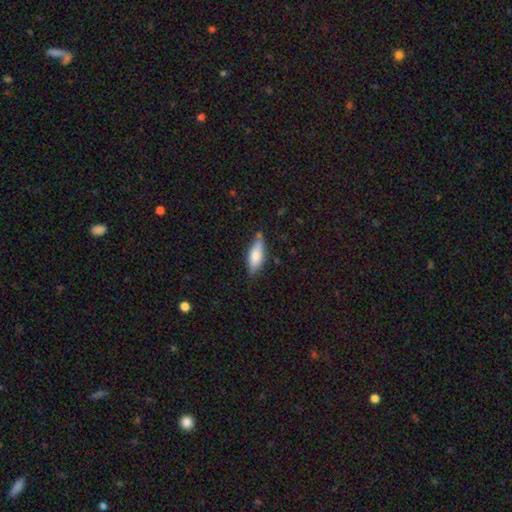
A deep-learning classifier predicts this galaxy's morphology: A smooth galaxy with no disk features (74%) that is in between round and cigar-shaped (66%). Merging: none (72%).